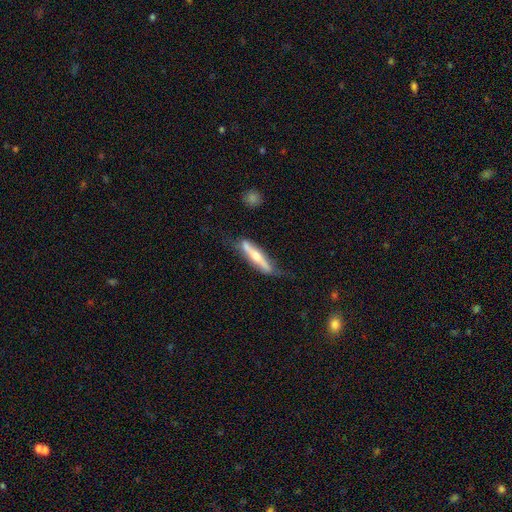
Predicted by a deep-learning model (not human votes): A featured or disk galaxy (59%) viewed edge-on (80%). Merging: none (62%).